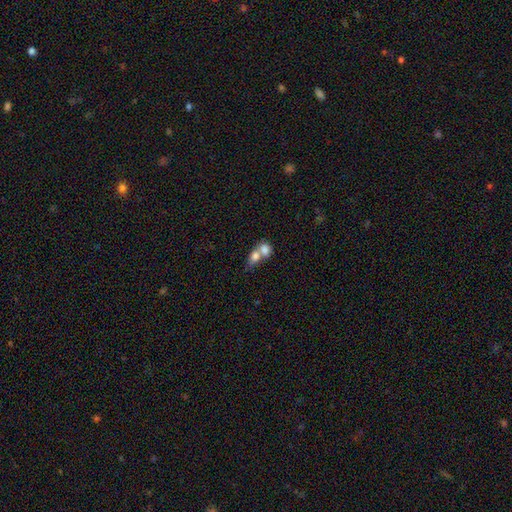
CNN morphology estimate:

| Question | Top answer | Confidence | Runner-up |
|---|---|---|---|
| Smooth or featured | smooth | 77% | featured or disk (15%) |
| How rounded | in between | 65% | round (33%) |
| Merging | merger | 74% | none (17%) |